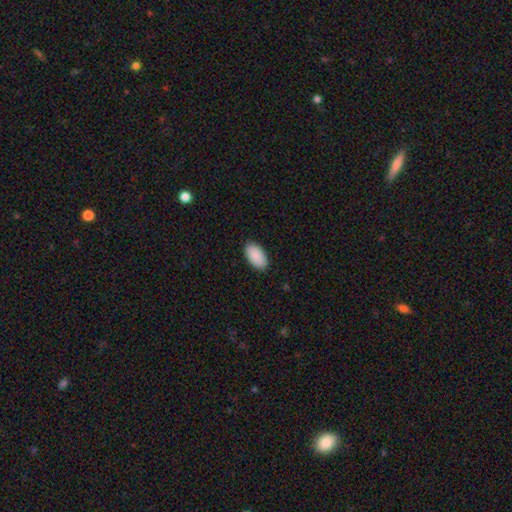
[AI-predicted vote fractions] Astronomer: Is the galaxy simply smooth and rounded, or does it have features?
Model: smooth — 91%.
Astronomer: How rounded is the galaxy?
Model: in between — 96%.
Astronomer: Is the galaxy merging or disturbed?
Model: none — 89%.